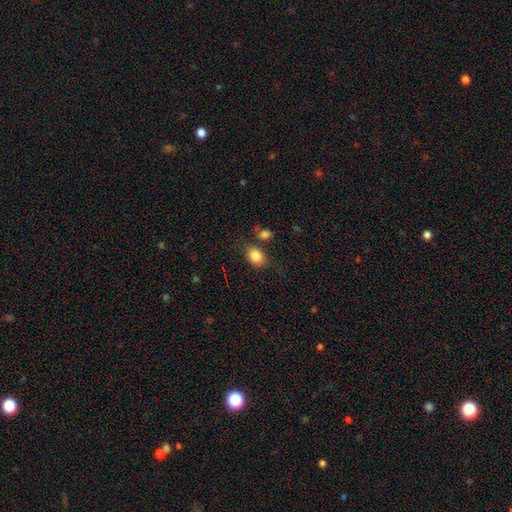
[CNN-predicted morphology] Smooth or featured?
  - smooth: 84% *
  - star or artifact: 9%
  - featured or disk: 7%
How rounded?
  - in between: 69% *
  - round: 30%
  - cigar-shaped: 1%
Merging?
  - none: 71% *
  - minor disturbance: 14%
  - merger: 9%
  - major disturbance: 5%